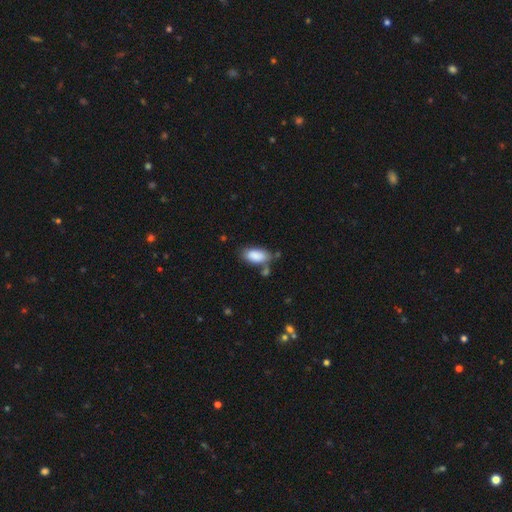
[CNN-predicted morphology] smooth-or-featured: smooth: 88% | star or artifact: 7% | featured or disk: 5%
  how-rounded: in between: 92% | cigar-shaped: 5% | round: 3%
  merging: none: 64% | minor disturbance: 19% | merger: 11% | major disturbance: 5%